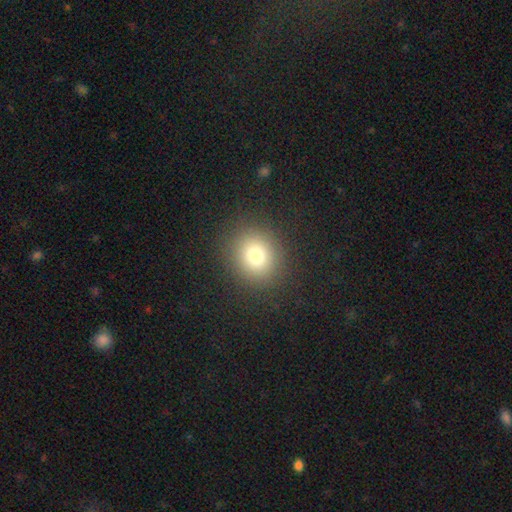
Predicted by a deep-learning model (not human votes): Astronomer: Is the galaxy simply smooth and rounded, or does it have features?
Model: smooth — 77%.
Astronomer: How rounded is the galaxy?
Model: round — 80%.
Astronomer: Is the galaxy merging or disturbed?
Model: none — 88%.